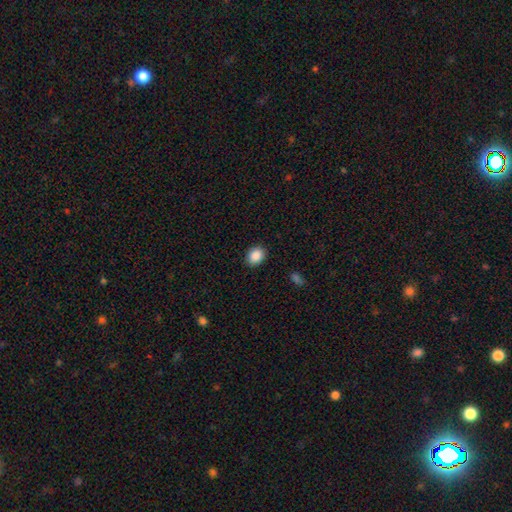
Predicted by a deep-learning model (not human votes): Overall: smooth (89%). How rounded: in between (51%; round 48%). Merging: none (88%).